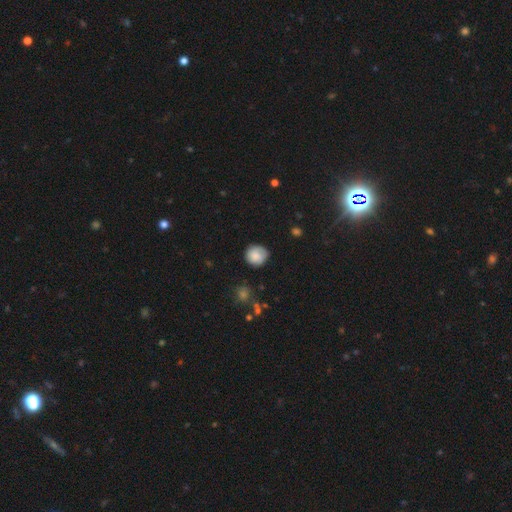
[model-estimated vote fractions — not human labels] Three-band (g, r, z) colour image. It shows a smooth galaxy with no disk features (83%) that is round (87%). Merging: none (74%).